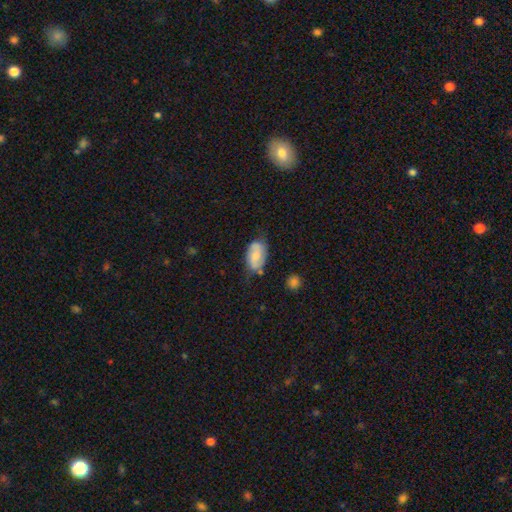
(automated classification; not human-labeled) Overall: smooth (52%; featured or disk 41%). How rounded: in between (91%). Merging: none (58%; minor disturbance 29%).